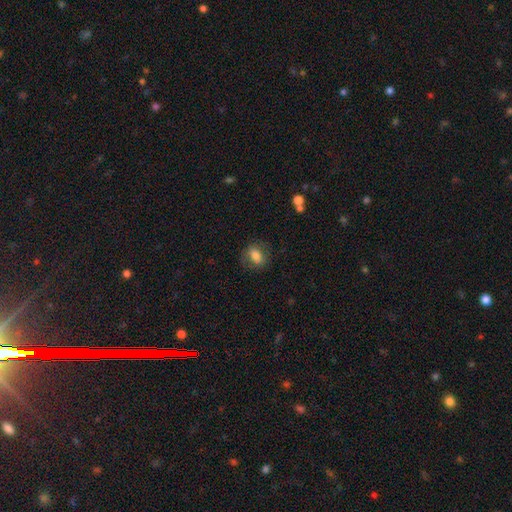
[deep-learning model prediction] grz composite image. It shows a smooth galaxy with no disk features (73%) that is in between round and cigar-shaped (62%). Merging: none (75%).